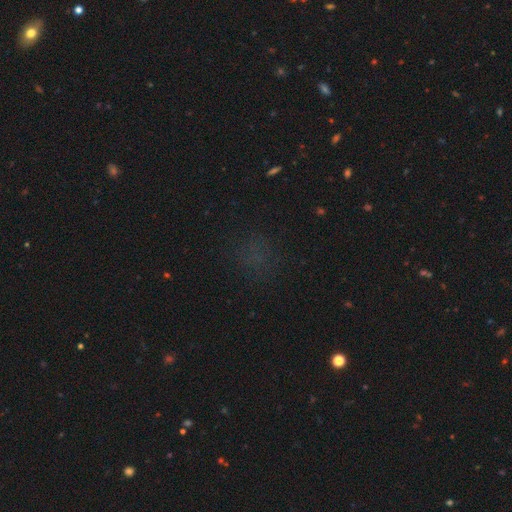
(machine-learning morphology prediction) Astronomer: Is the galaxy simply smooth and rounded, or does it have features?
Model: star or artifact — 46% (runner-up: smooth, 43%).